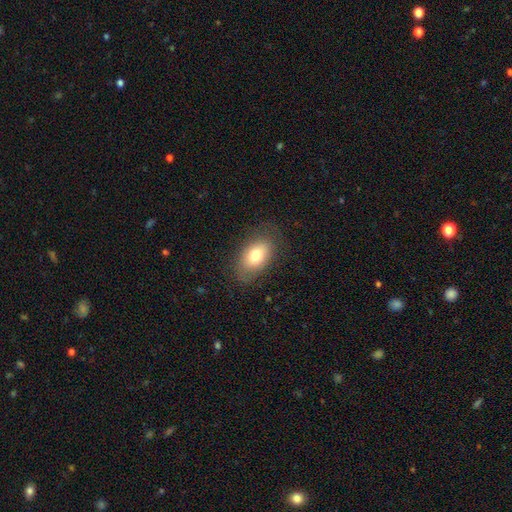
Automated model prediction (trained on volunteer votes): Smooth or featured: smooth — 76% (featured or disk — 16%)
How rounded: in between — 90% (round — 8%)
Merging: none — 77% (minor disturbance — 16%)